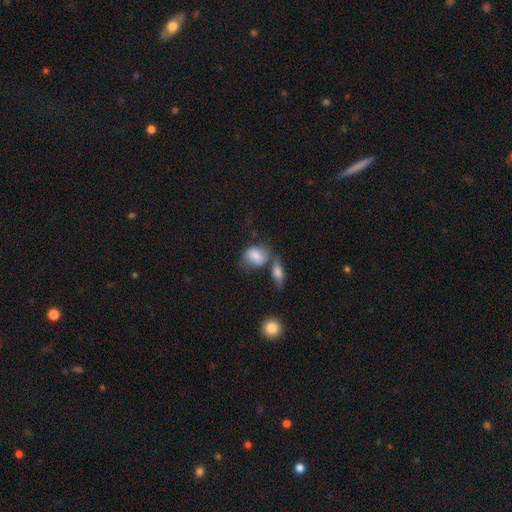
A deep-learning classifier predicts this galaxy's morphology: This is likely a smooth galaxy (75%). How rounded: likely in between (65%). Merging: marginally none (42%).